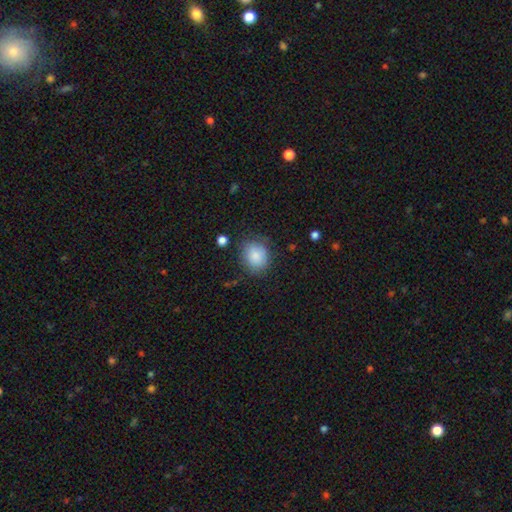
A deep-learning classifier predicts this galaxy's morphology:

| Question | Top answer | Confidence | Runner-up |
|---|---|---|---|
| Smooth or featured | smooth | 85% | star or artifact (8%) |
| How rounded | round | 69% | in between (31%) |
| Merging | none | 76% | minor disturbance (17%) |